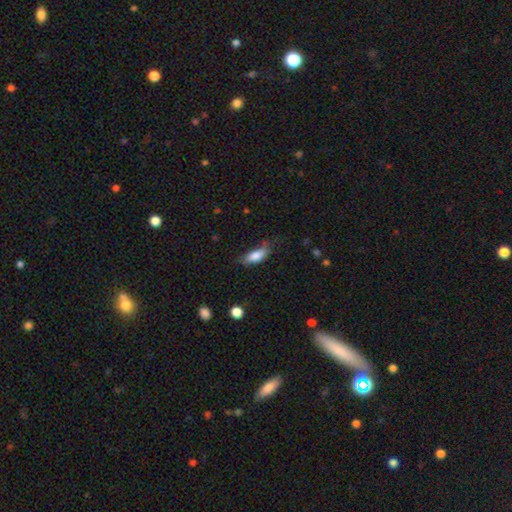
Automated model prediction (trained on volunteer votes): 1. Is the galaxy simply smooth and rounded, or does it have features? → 81% smooth, 12% featured or disk, 7% star or artifact.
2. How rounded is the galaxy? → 77% in between, 20% cigar-shaped, 3% round.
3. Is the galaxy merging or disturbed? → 51% none, 34% minor disturbance, 12% major disturbance, 3% merger.